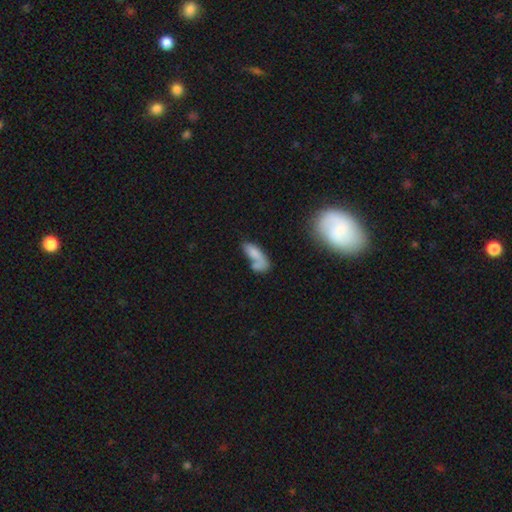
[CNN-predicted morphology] smooth 70%, featured or disk 19%, star or artifact 11%. Down the decision tree: how rounded — in between (70%); merging — merger (39%).